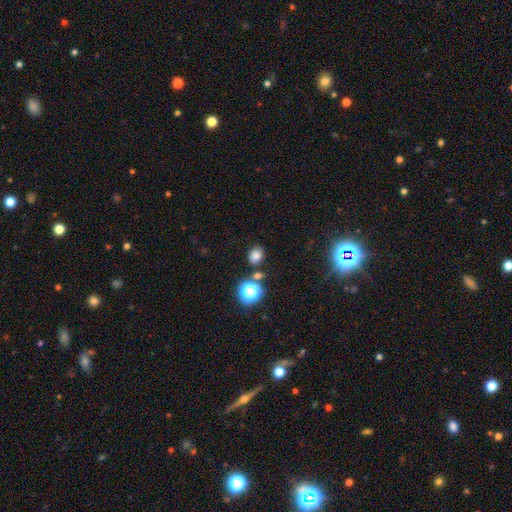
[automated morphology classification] Overall: smooth (76%). How rounded: round (54%; in between 45%). Merging: none (75%).